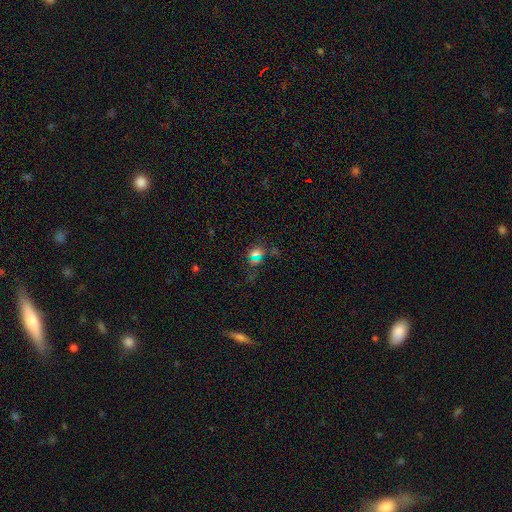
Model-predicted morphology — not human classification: Smooth or featured?
  - smooth: 44% * (tied)
  - star or artifact: 44% * (tied)
  - featured or disk: 12%
Merging?
  - none: 64% *
  - minor disturbance: 15%
  - major disturbance: 11%
  - merger: 10%